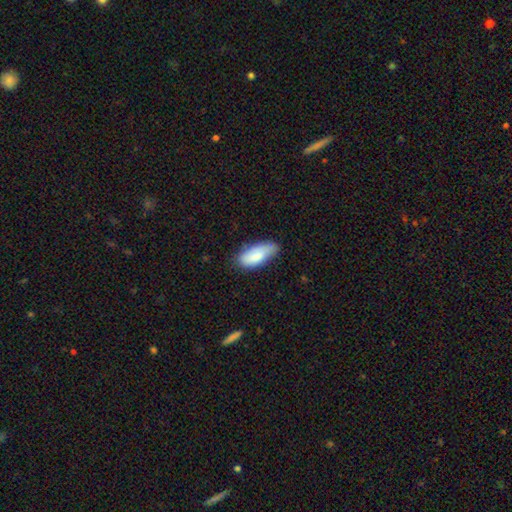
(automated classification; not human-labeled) Morphology: type=smooth (80%); roundness=in between (83%); merging=none (63%).